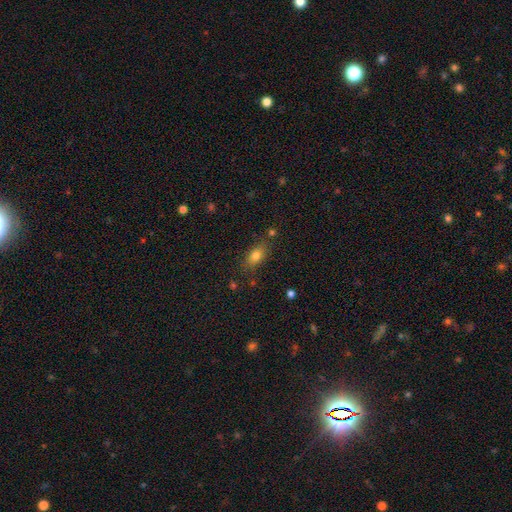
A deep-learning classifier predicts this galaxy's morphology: smooth-or-featured: smooth: 79% | star or artifact: 11% | featured or disk: 11%
  how-rounded: in between: 80% | round: 13% | cigar-shaped: 8%
  merging: none: 77% | minor disturbance: 15% | merger: 4% | major disturbance: 4%